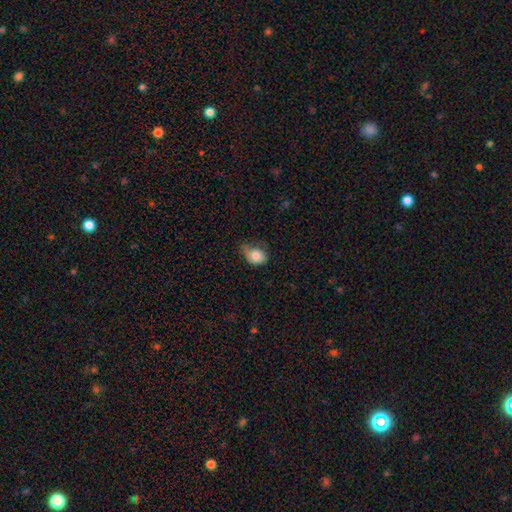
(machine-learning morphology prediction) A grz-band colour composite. It shows a smooth galaxy with no disk features (79%) that is in between round and cigar-shaped (55%). Merging: minor disturbance (40%).